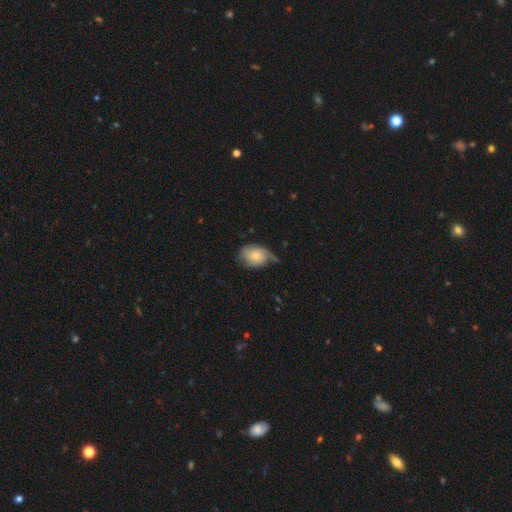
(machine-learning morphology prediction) Overall: smooth (54%; featured or disk 39%). How rounded: in between (68%; round 31%). Merging: minor disturbance (38%; none 35%).